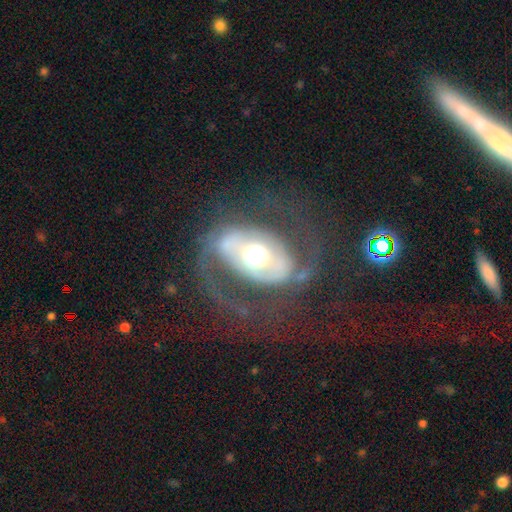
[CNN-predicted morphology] A featured or disk galaxy (75%) with no bar (48%), spiral arms (64%) and a moderate central bulge (58%). Merging: none (61%).